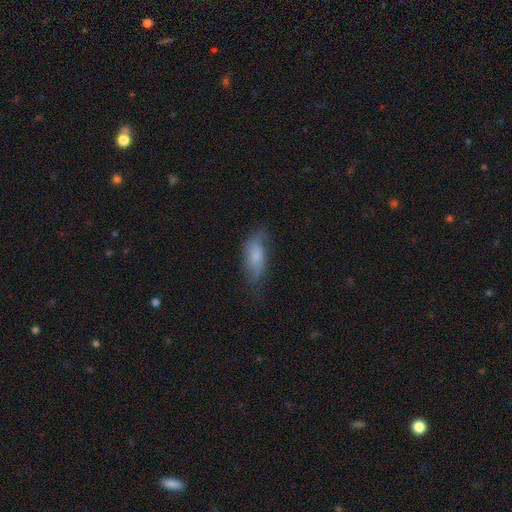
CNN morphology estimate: The model was most divided on "merging": none: 57%, minor disturbance: 29%, major disturbance: 12%, merger: 2%. More confident: how rounded — in between (76%); smooth or featured — smooth (66%).